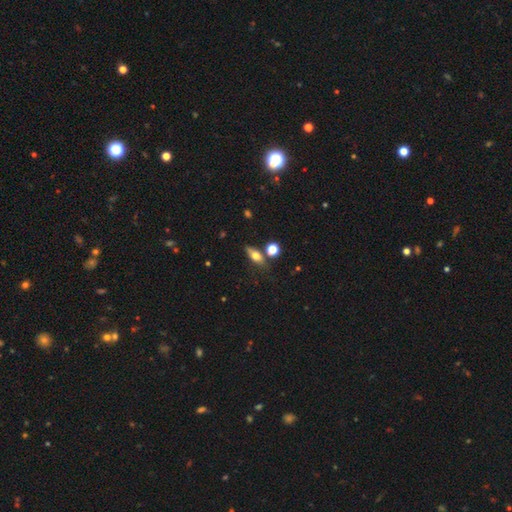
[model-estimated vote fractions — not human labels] A smooth galaxy with no disk features (60%) that is in between round and cigar-shaped (66%). Merging: none (69%).